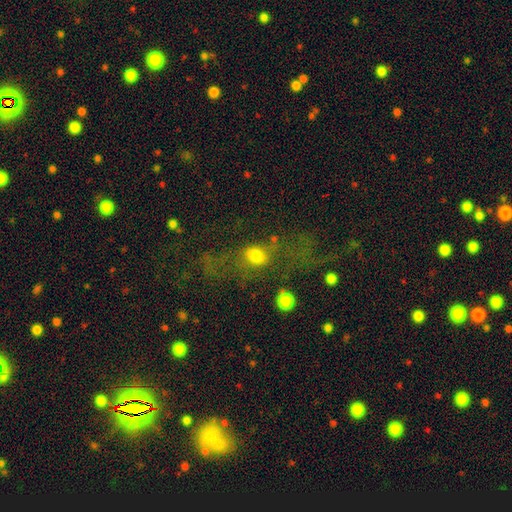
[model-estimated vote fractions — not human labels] This appears to be a smooth galaxy with no disk features (64%) that is in between round and cigar-shaped (66%). Merging: none (39%).